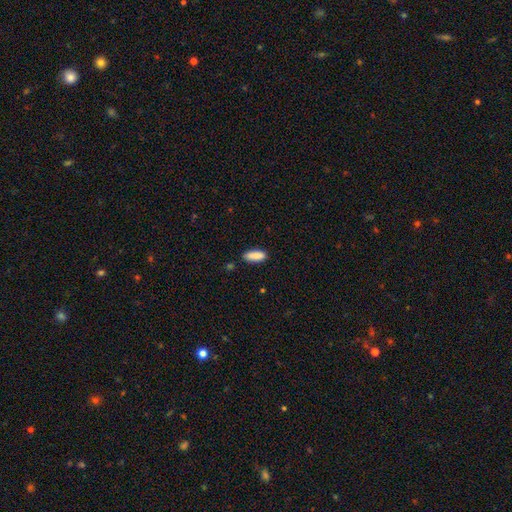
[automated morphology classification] A smooth galaxy with no disk features (89%) that is in between round and cigar-shaped (72%). Merging: none (84%).